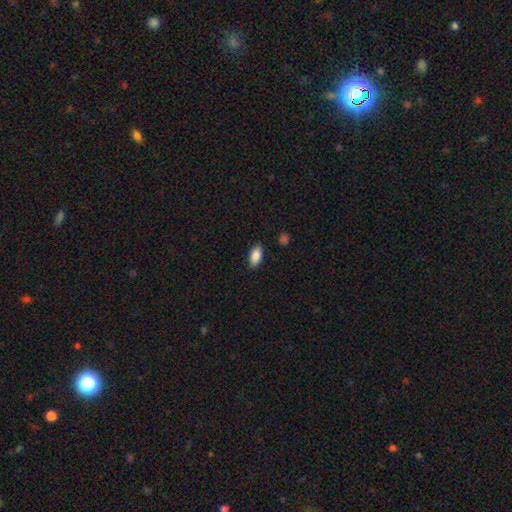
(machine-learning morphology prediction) Smooth or featured?
  - smooth: 88% *
  - star or artifact: 7%
  - featured or disk: 5%
How rounded?
  - in between: 91% *
  - cigar-shaped: 6%
  - round: 3%
Merging?
  - none: 87% *
  - minor disturbance: 10%
  - major disturbance: 2%
  - merger: 1%